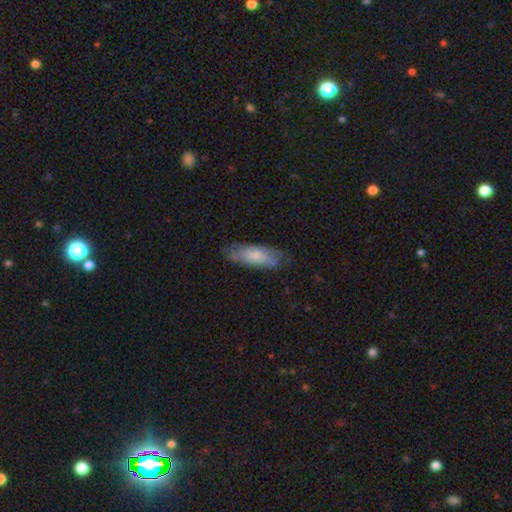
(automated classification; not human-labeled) smooth_or_featured: smooth (p=0.68) [alt: featured or disk p=0.26]
how_rounded: in between (p=0.66) [alt: cigar-shaped p=0.32]
merging: none (p=0.66) [alt: minor disturbance p=0.25]